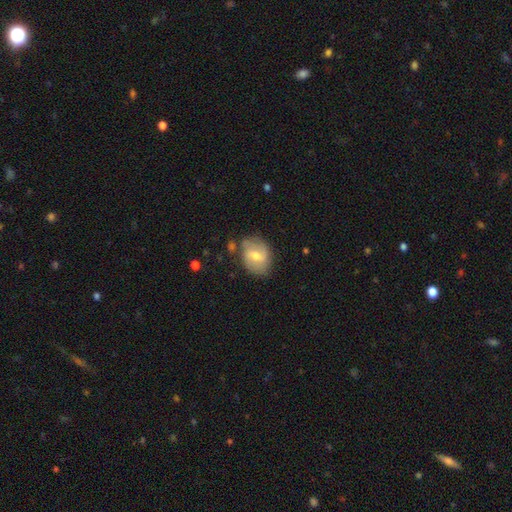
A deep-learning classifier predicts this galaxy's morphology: Smooth or featured? Predicted: featured or disk (p=0.49). Merging? Predicted: none (p=0.71).